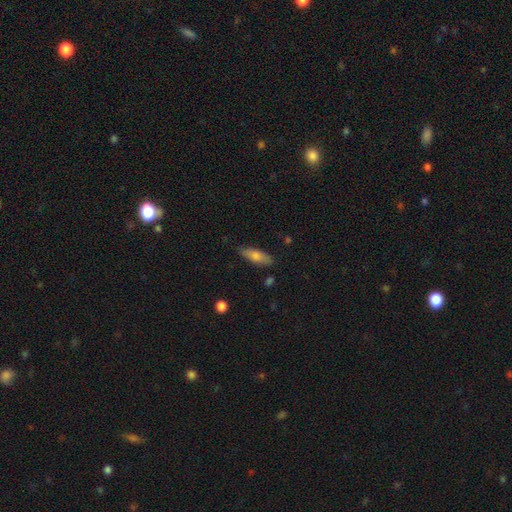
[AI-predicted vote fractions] Smooth or featured?
  - smooth: 69% *
  - featured or disk: 24%
  - star or artifact: 7%
How rounded?
  - in between: 51% *
  - cigar-shaped: 46%
  - round: 2%
Merging?
  - none: 83% *
  - minor disturbance: 12%
  - major disturbance: 2%
  - merger: 2%